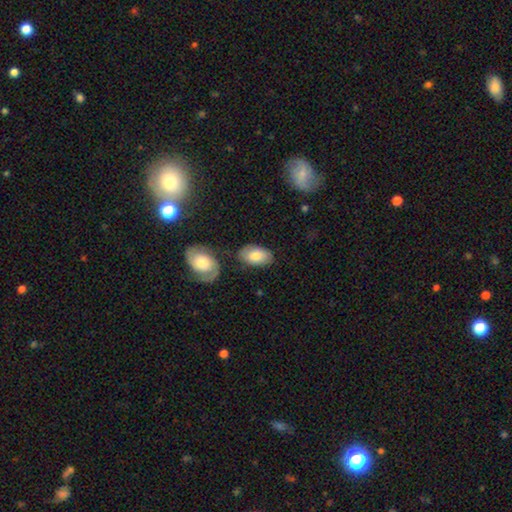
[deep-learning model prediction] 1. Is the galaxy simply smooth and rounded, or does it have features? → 76% smooth, 18% featured or disk, 6% star or artifact.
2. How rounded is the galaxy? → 93% in between, 6% round, 1% cigar-shaped.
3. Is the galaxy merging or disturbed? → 68% none, 17% minor disturbance, 10% merger, 5% major disturbance.